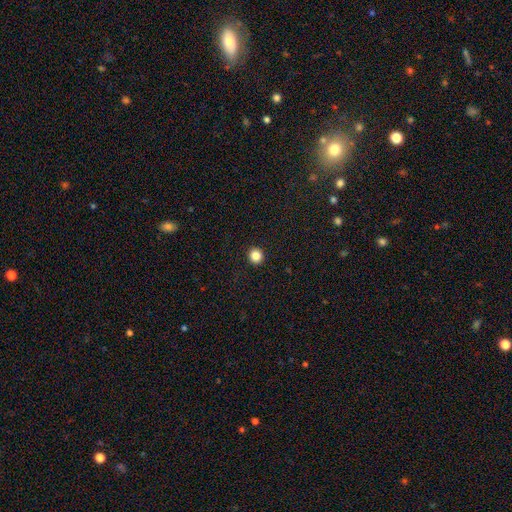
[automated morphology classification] Smooth or featured: smooth — 85% (star or artifact — 11%)
How rounded: round — 89% (in between — 10%)
Merging: none — 93% (minor disturbance — 4%)